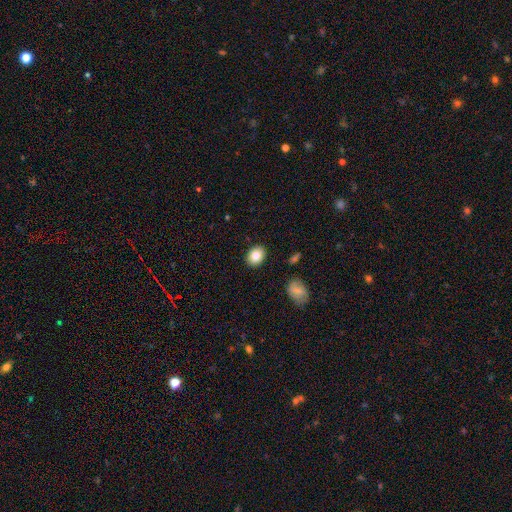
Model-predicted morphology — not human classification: type=smooth (84%); roundness=in between (67%); merging=none (89%).